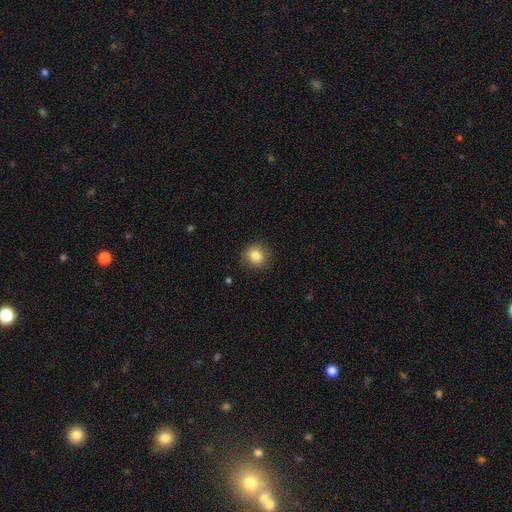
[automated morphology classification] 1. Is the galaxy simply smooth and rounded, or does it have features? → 84% smooth, 10% star or artifact, 6% featured or disk.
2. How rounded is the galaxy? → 88% round, 11% in between, 1% cigar-shaped.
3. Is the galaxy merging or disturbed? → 90% none, 7% minor disturbance, 2% major disturbance, 1% merger.